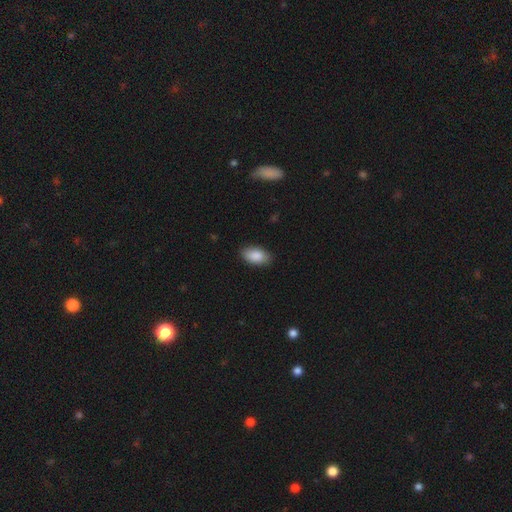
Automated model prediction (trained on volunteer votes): A smooth galaxy with no disk features (89%) that is in between round and cigar-shaped (94%).

Vote fractions:
- Smooth or featured? smooth: 89% / star or artifact: 6% / featured or disk: 5%
- How rounded? in between: 94% / round: 4% / cigar-shaped: 2%
- Merging? none: 87% / minor disturbance: 10% / major disturbance: 2% / merger: 1%